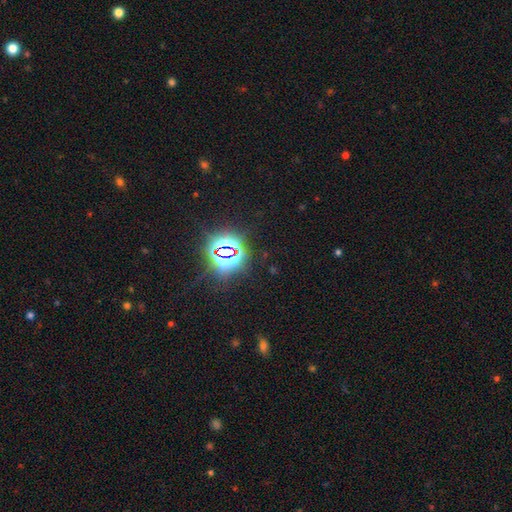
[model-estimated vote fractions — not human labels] A star or artifact, not a galaxy (76%).